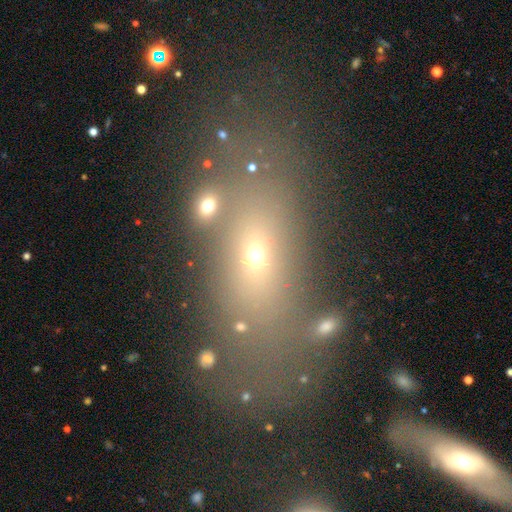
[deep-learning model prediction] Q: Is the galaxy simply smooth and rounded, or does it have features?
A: smooth — 46%.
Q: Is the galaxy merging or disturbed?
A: none — 70%.